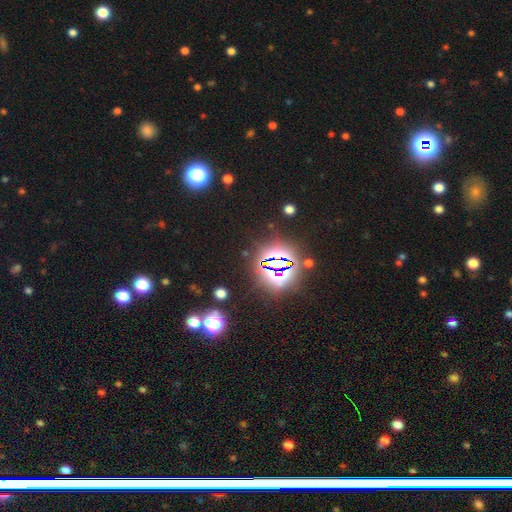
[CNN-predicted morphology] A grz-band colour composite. It shows a star or artifact, not a galaxy (78%).